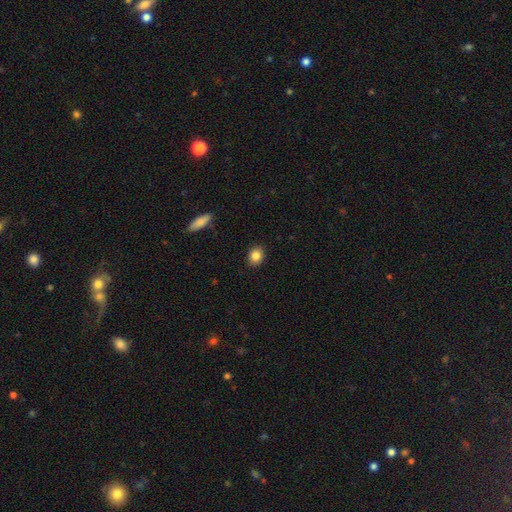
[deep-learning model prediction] Smooth or featured? smooth (85%)
How rounded? in between (52%)
Merging? none (90%)